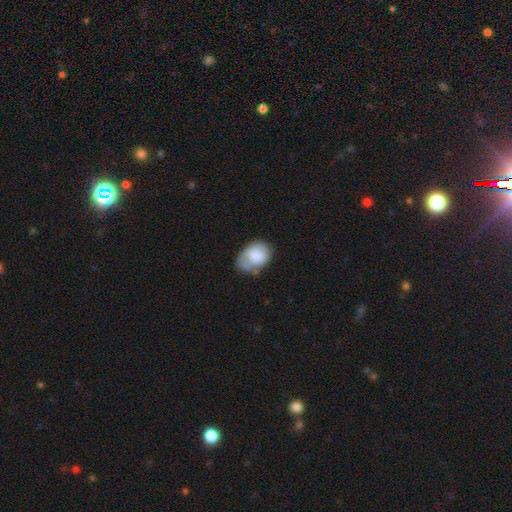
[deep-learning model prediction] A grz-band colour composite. It shows a smooth galaxy with no disk features (73%) that is in between round and cigar-shaped (74%). Merging: none (39%).